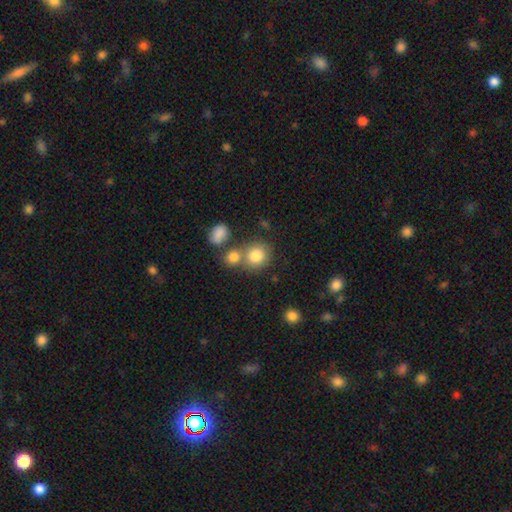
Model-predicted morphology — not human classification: Smooth or featured?
  - smooth: 81% *
  - star or artifact: 10%
  - featured or disk: 9%
How rounded?
  - round: 80% *
  - in between: 19%
  - cigar-shaped: 1%
Merging?
  - none: 55% *
  - merger: 31%
  - minor disturbance: 10%
  - major disturbance: 4%